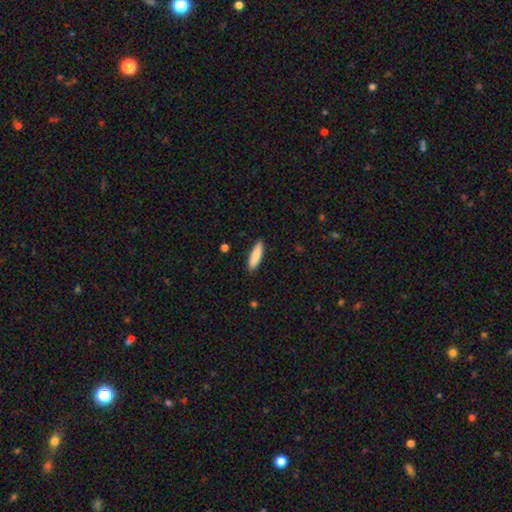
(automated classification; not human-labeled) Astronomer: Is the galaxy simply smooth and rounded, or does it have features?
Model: smooth — 86%.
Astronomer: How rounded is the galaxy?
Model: cigar-shaped — 67%.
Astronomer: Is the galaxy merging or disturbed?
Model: none — 90%.